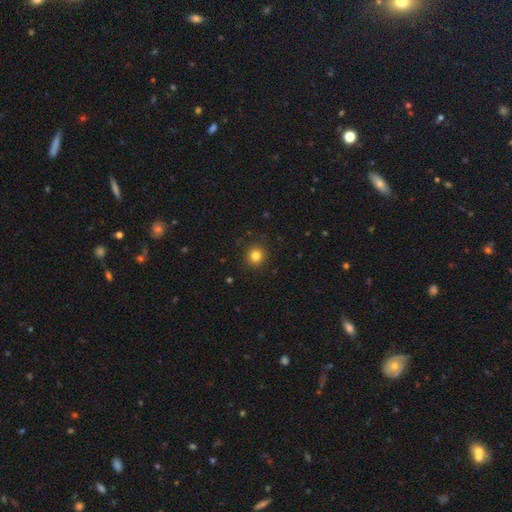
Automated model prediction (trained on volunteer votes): Q: Smooth or featured?
A: smooth (82%); runner-up: star or artifact (12%)
Q: How rounded?
A: round (92%); runner-up: in between (7%)
Q: Merging?
A: none (91%); runner-up: minor disturbance (6%)